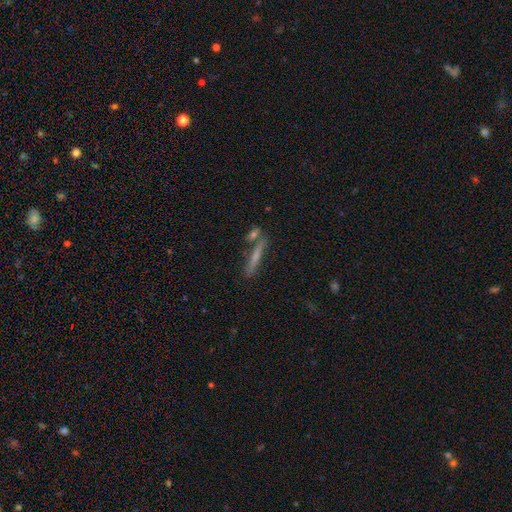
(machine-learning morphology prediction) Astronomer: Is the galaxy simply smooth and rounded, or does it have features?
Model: smooth — 46% (runner-up: featured or disk, 43%).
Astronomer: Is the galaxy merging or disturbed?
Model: none — 74%.